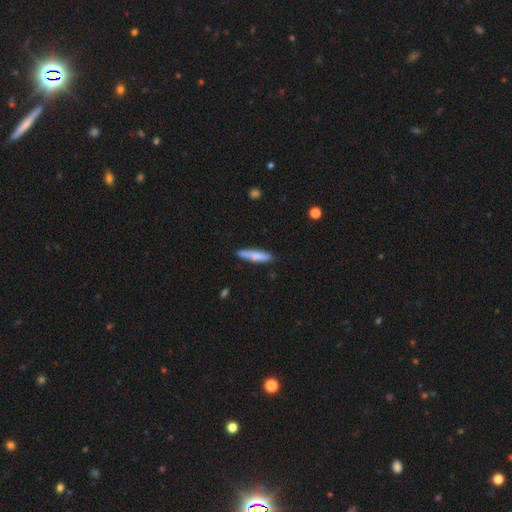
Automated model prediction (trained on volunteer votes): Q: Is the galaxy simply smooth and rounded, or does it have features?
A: smooth — 75%.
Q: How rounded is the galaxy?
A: cigar-shaped — 86%.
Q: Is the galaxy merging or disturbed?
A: none — 82%.